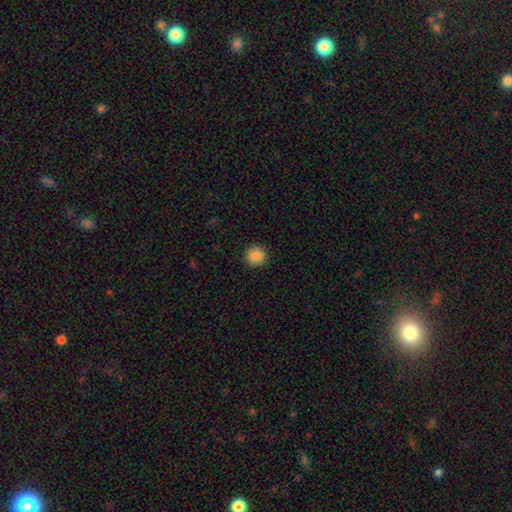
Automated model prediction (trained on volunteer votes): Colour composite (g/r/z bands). It shows a smooth galaxy with no disk features (87%) that is round (93%). Merging: none (92%).